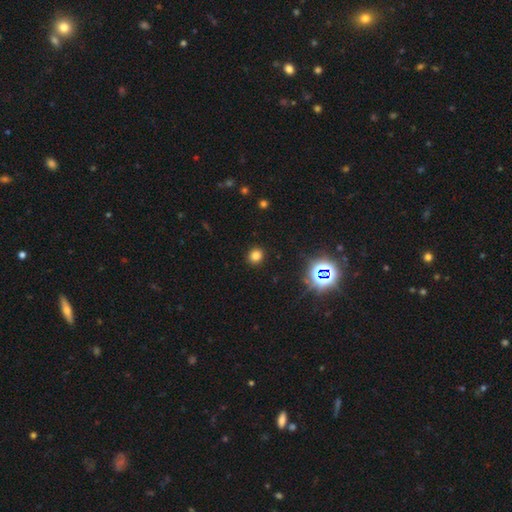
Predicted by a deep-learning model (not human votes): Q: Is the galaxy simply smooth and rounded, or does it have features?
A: smooth — 76%.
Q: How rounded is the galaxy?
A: round — 85%.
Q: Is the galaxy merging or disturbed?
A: none — 91%.